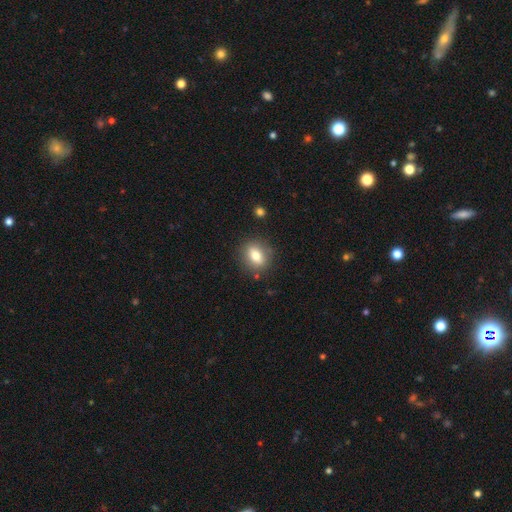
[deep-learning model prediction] Overall: smooth (76%). How rounded: in between (56%; round 41%). Merging: none (84%).